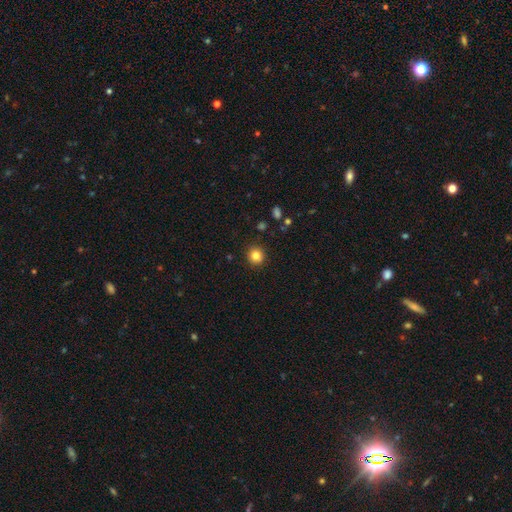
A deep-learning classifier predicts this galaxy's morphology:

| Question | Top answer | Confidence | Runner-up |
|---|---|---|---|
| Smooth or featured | smooth | 83% | star or artifact (11%) |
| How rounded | round | 89% | in between (10%) |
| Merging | none | 90% | minor disturbance (7%) |